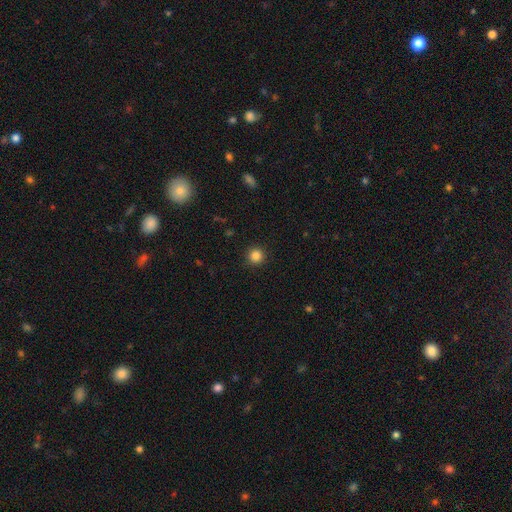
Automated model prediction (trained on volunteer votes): This is clearly a smooth galaxy (85%). How rounded: clearly round (96%). Merging: clearly none (92%).